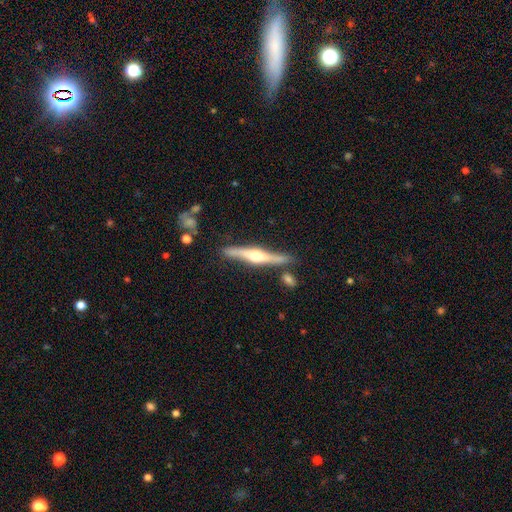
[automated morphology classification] This is likely a featured or disk galaxy (77%). It is clearly viewed edge-on (97%). Edge-on bulge: clearly rounded (89%). Merging: likely none (79%).